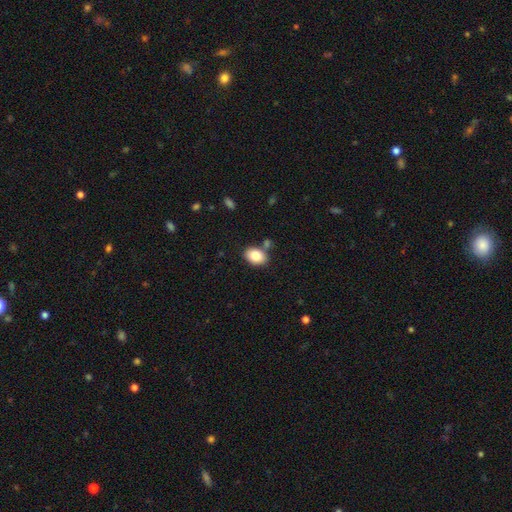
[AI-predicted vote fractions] Smooth or featured? Predicted: smooth (p=0.84). How rounded? Predicted: in between (p=0.79). Merging? Predicted: none (p=0.75).